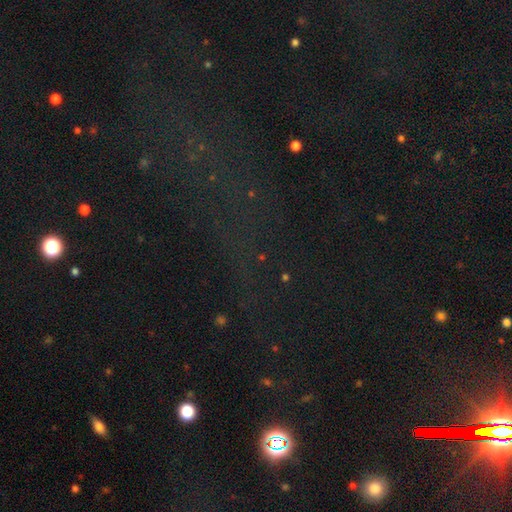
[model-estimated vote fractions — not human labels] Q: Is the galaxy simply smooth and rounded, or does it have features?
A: star or artifact — 71%.